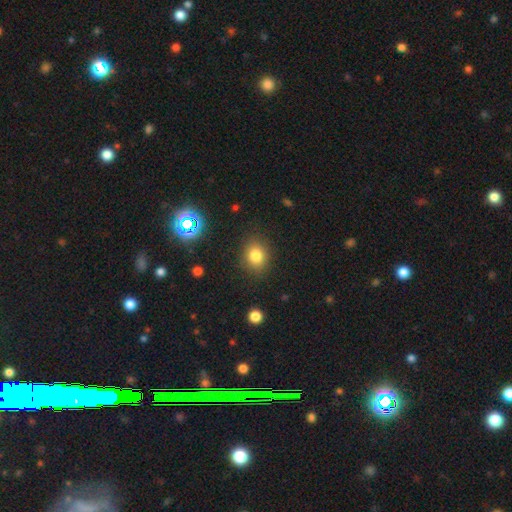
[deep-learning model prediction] Smooth or featured?
  - smooth: 79% *
  - star or artifact: 14%
  - featured or disk: 7%
How rounded?
  - round: 66% *
  - in between: 33%
  - cigar-shaped: 1%
Merging?
  - none: 86% *
  - minor disturbance: 10%
  - major disturbance: 3%
  - merger: 2%